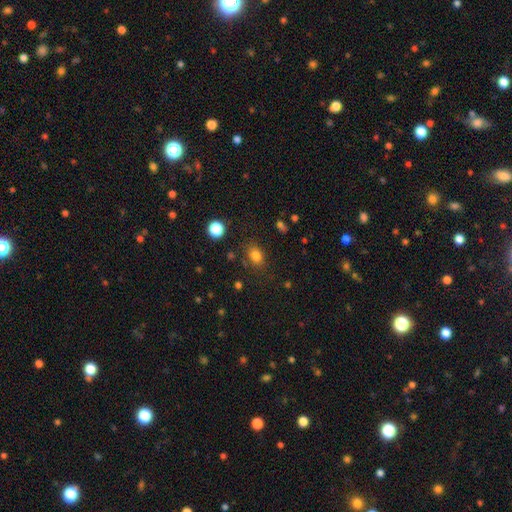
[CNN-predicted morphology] smooth 80%, star or artifact 14%, featured or disk 6%. Down the decision tree: how rounded — in between (58%); merging — none (79%).